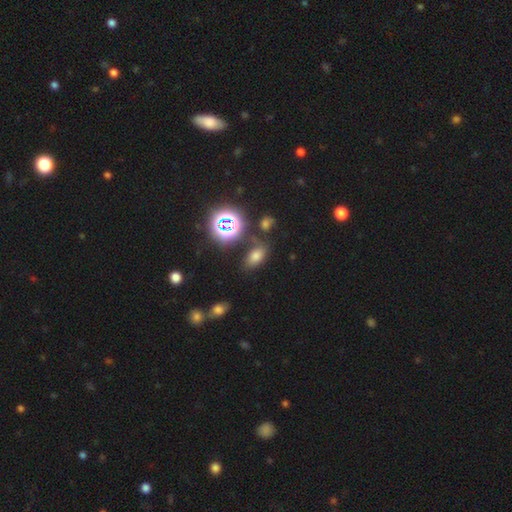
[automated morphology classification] Smooth or featured? smooth (61%)
How rounded? in between (85%)
Merging? none (70%)